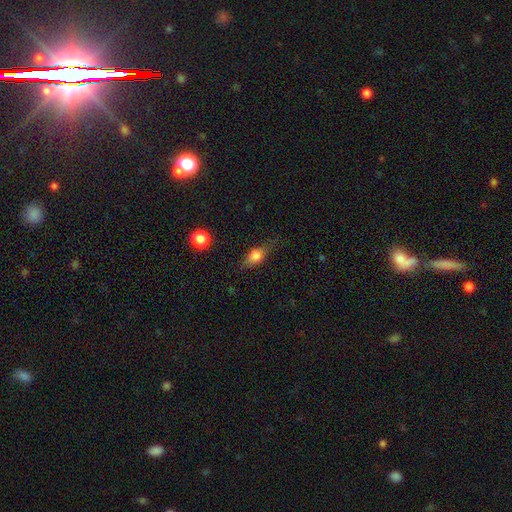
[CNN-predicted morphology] A smooth galaxy with no disk features (62%) that is in between round and cigar-shaped (66%). Merging: none (64%).